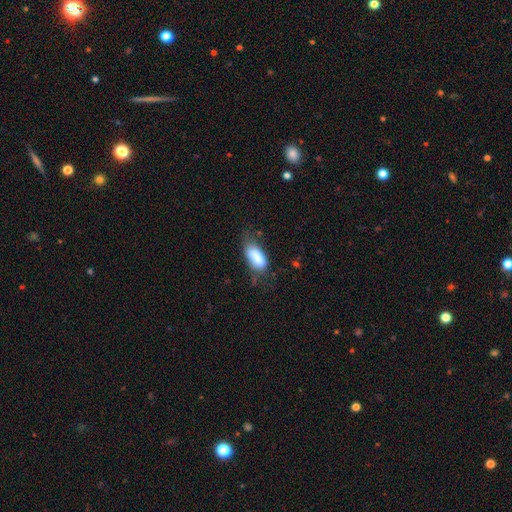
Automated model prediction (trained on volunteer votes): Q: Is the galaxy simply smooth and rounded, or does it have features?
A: smooth — 82%.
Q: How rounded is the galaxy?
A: in between — 89%.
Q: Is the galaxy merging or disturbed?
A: none — 42%.